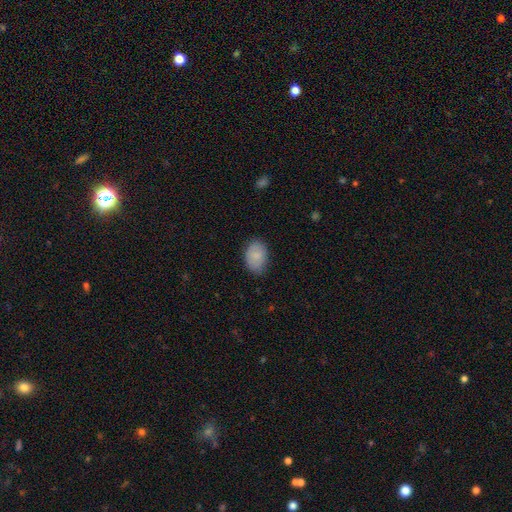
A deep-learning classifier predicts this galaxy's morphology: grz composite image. It shows a smooth galaxy with no disk features (85%) that is in between round and cigar-shaped (86%). Merging: none (75%).